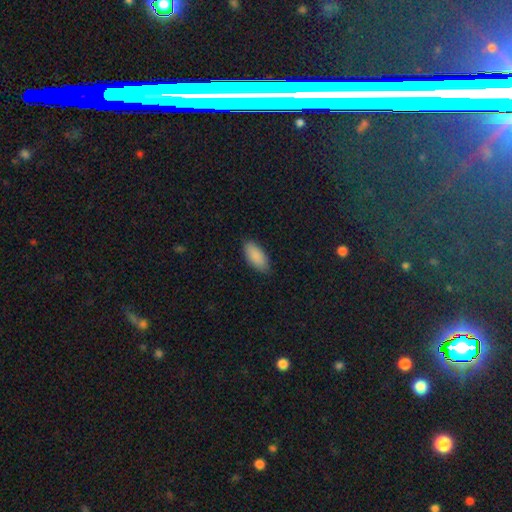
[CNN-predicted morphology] A smooth galaxy with no disk features (89%) that is in between round and cigar-shaped (89%). Merging: none (86%).